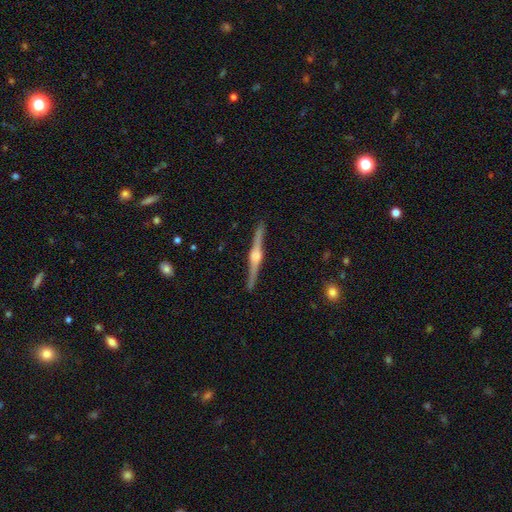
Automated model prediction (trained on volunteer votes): Morphology: type=featured or disk (86%); edge-on=yes (98%); edge-on bulge=rounded (88%); merging=none (91%).